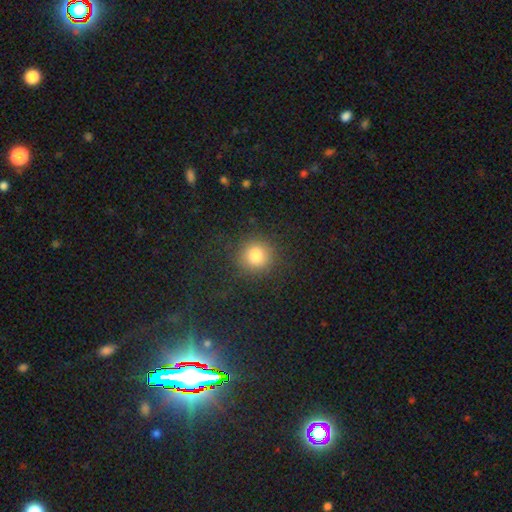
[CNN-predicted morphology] Overall: smooth (81%). How rounded: round (91%). Merging: none (88%).